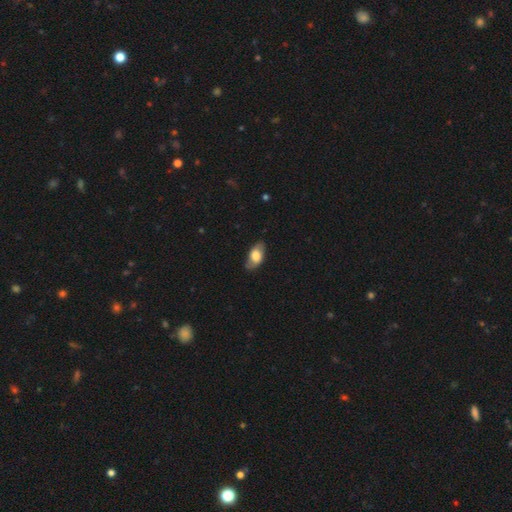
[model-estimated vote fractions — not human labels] Overall: smooth (68%). How rounded: in between (91%). Merging: none (74%).